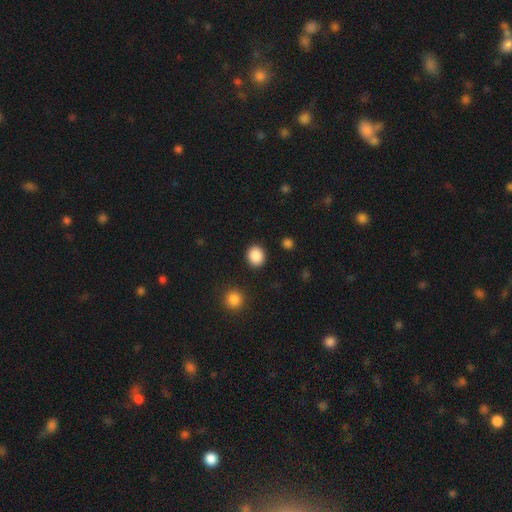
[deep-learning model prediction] Smooth or featured: smooth — 89% (star or artifact — 9%)
How rounded: round — 75% (in between — 24%)
Merging: none — 90% (minor disturbance — 6%)